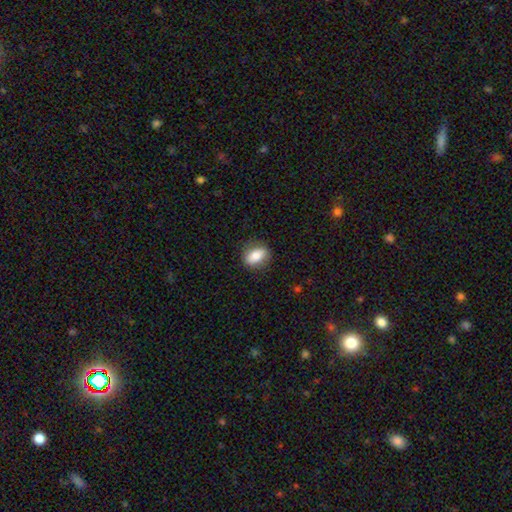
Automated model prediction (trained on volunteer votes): Smooth or featured?
  - smooth: 77% *
  - featured or disk: 16%
  - star or artifact: 8%
How rounded?
  - in between: 73% *
  - round: 23%
  - cigar-shaped: 4%
Merging?
  - none: 84% *
  - minor disturbance: 12%
  - major disturbance: 3%
  - merger: 1%